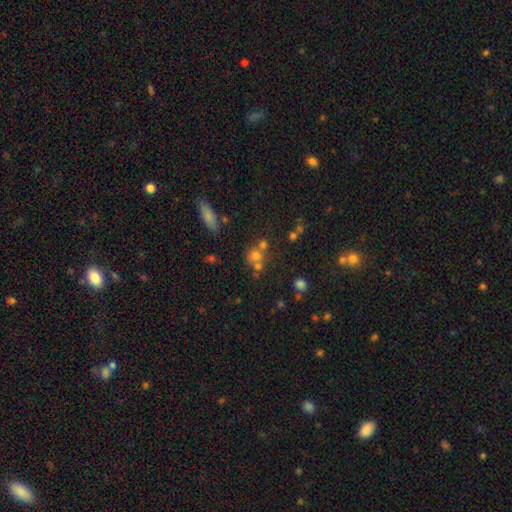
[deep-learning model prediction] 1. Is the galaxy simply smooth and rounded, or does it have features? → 64% smooth, 20% star or artifact, 16% featured or disk.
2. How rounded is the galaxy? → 81% round, 17% in between, 1% cigar-shaped.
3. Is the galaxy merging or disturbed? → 46% none, 39% merger, 10% minor disturbance, 5% major disturbance.